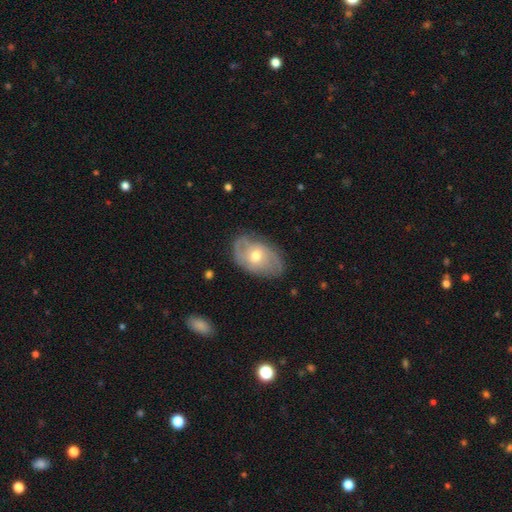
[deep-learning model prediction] This appears to be a featured or disk galaxy (64%) with no bar (66%), spiral arms (75%) and a moderate central bulge (67%). Merging: none (72%).